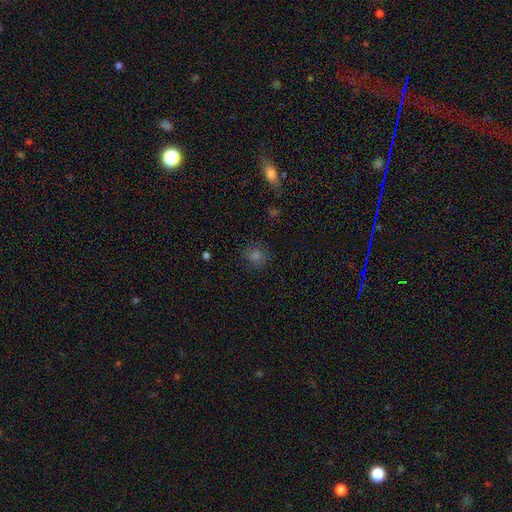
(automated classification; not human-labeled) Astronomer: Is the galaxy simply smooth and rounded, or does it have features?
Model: smooth — 61%.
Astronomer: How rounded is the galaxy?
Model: round — 85%.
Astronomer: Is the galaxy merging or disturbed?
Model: none — 85%.